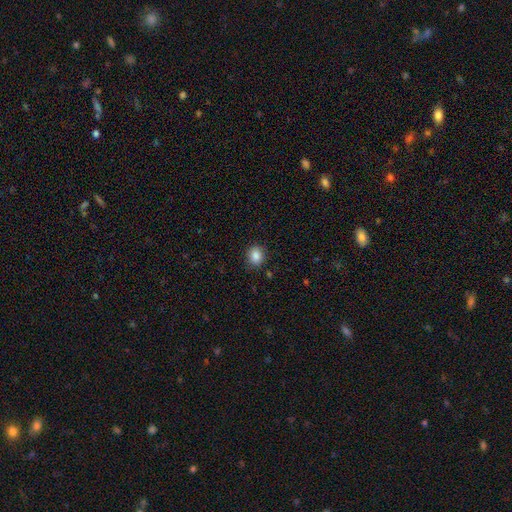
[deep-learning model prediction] smooth-or-featured: smooth: 86% | star or artifact: 10% | featured or disk: 4%
  how-rounded: round: 68% | in between: 31% | cigar-shaped: 1%
  merging: none: 87% | minor disturbance: 9% | major disturbance: 2% | merger: 1%